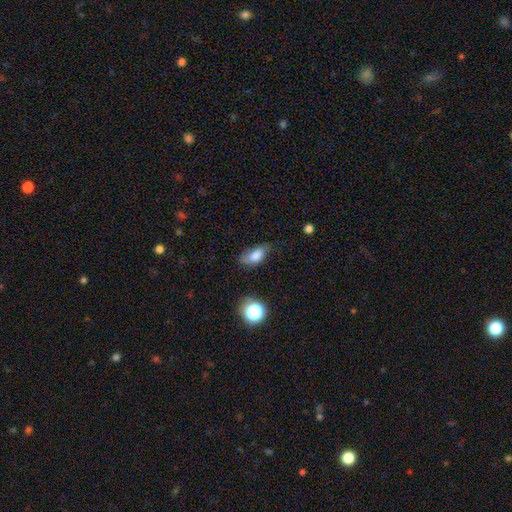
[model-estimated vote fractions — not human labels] Q: Smooth or featured?
A: smooth (75%); runner-up: featured or disk (15%)
Q: How rounded?
A: in between (86%); runner-up: cigar-shaped (8%)
Q: Merging?
A: none (58%); runner-up: minor disturbance (30%)